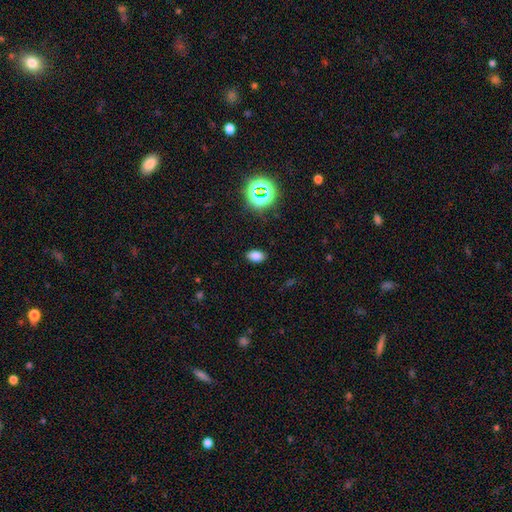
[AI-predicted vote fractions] This is likely a smooth galaxy (77%). How rounded: clearly in between (88%). Merging: clearly none (87%).